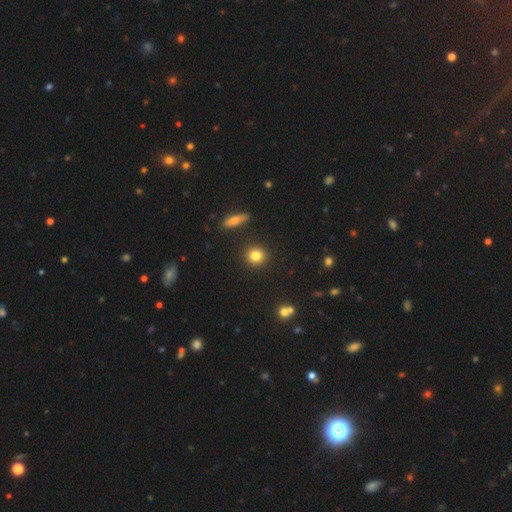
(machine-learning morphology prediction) type=smooth (82%); roundness=round (86%); merging=none (90%).